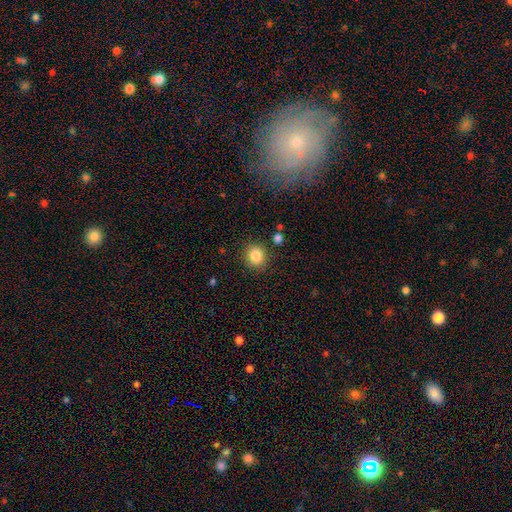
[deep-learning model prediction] Smooth or featured? smooth (85%)
How rounded? round (83%)
Merging? none (85%)